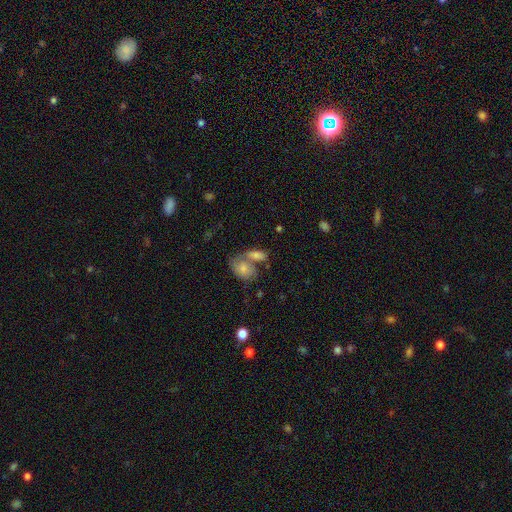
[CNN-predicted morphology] smooth-or-featured: smooth: 61% | featured or disk: 27% | star or artifact: 12%
  how-rounded: in between: 77% | round: 17% | cigar-shaped: 6%
  merging: merger: 50% | none: 33% | minor disturbance: 11% | major disturbance: 6%